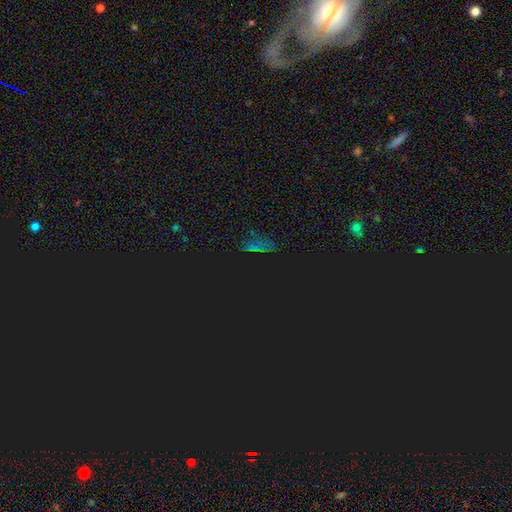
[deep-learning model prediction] smooth_or_featured: star or artifact (p=0.71) [alt: smooth p=0.21]